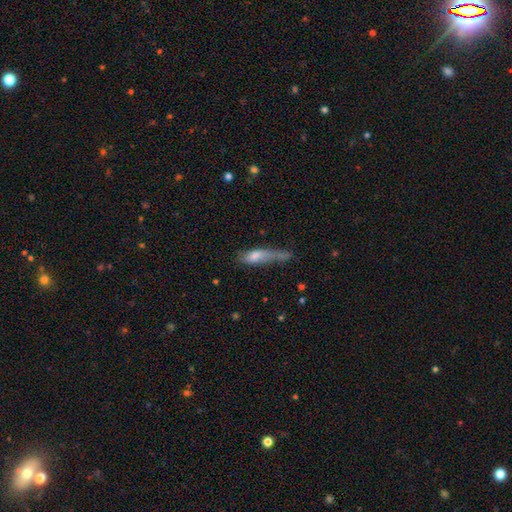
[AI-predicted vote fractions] A smooth galaxy with no disk features (66%) that is cigar-shaped (60%).

Vote fractions:
- Smooth or featured? smooth: 66% / featured or disk: 25% / star or artifact: 9%
- How rounded? cigar-shaped: 60% / in between: 37% / round: 3%
- Merging? major disturbance: 32% / minor disturbance: 28% / none: 26% / merger: 14%